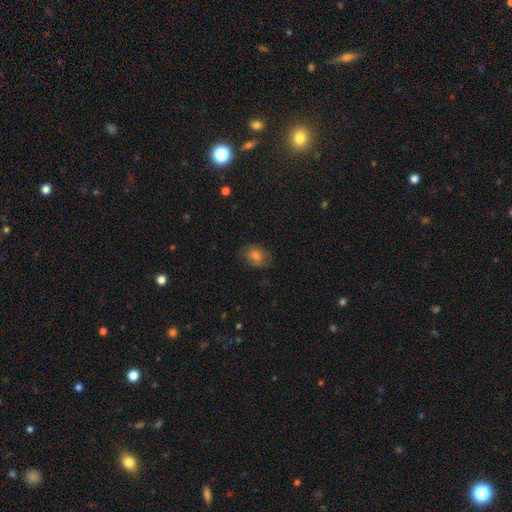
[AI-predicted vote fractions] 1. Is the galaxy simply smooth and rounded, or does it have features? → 72% smooth, 16% featured or disk, 12% star or artifact.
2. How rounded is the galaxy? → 53% in between, 46% round, 1% cigar-shaped.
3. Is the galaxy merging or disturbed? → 77% none, 17% minor disturbance, 5% major disturbance, 1% merger.